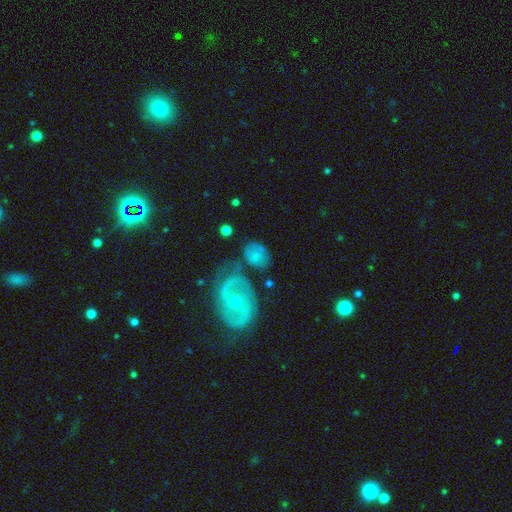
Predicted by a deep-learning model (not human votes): smooth 52%, featured or disk 39%, star or artifact 8%. Down the decision tree: how rounded — in between (65%); merging — none (52%).